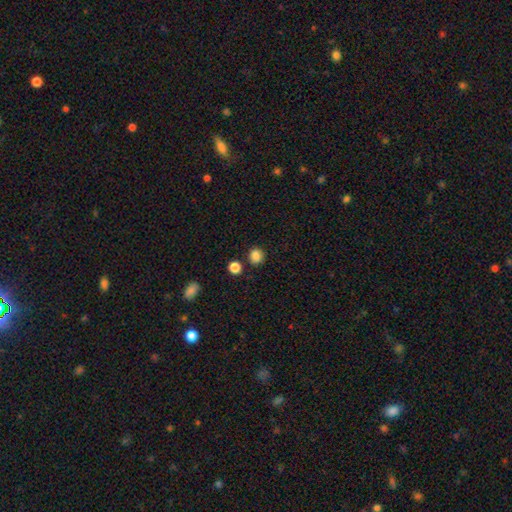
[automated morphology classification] This is clearly a smooth galaxy (85%). How rounded: clearly round (84%). Merging: clearly none (85%).